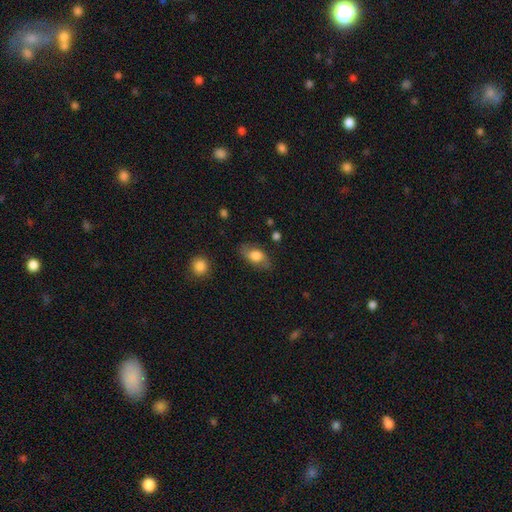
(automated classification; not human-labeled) smooth_or_featured: smooth (p=0.62) [alt: featured or disk p=0.30]
how_rounded: in between (p=0.85) [alt: round p=0.11]
merging: none (p=0.74) [alt: minor disturbance p=0.18]